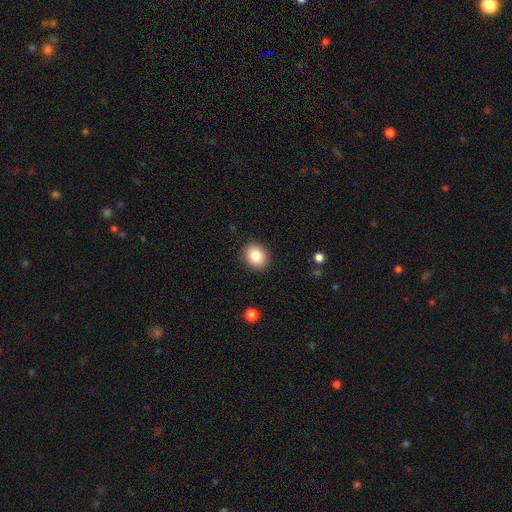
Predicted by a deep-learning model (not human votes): A smooth galaxy with no disk features (84%) that is round (64%). Merging: none (90%).